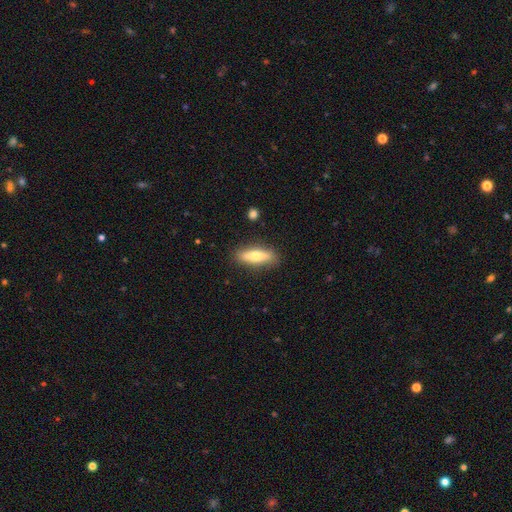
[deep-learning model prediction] Smooth or featured: smooth — 60% (featured or disk — 34%)
How rounded: cigar-shaped — 58% (in between — 39%)
Merging: none — 87% (minor disturbance — 9%)